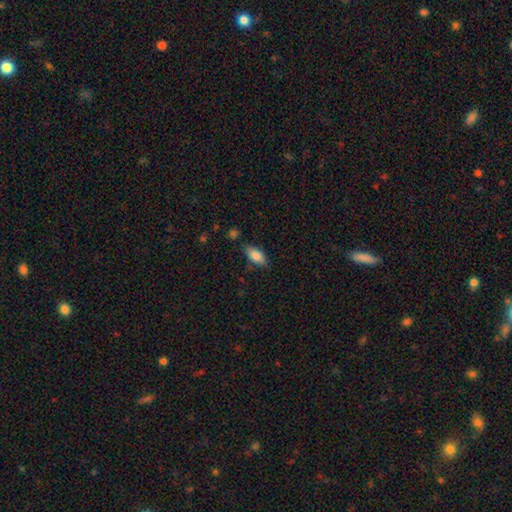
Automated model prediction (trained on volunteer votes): Morphology: type=smooth (84%); roundness=in between (86%); merging=none (79%).